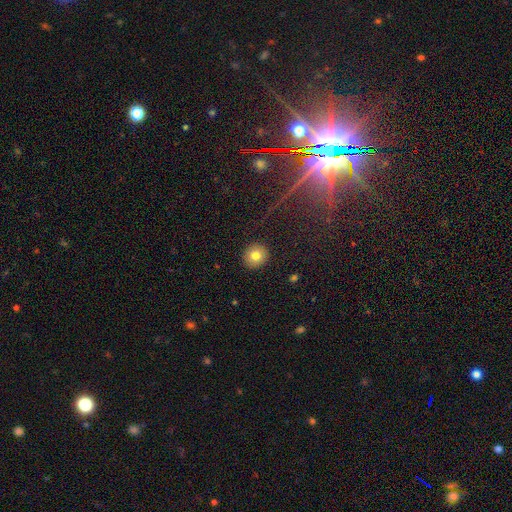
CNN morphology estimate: A smooth galaxy with no disk features (78%) that is round (93%). Merging: none (92%).